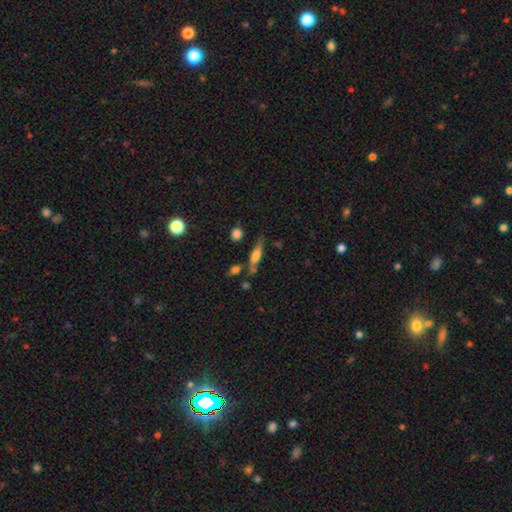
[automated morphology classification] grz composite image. It shows a smooth galaxy with no disk features (51%) that is cigar-shaped (64%). Merging: none (64%).